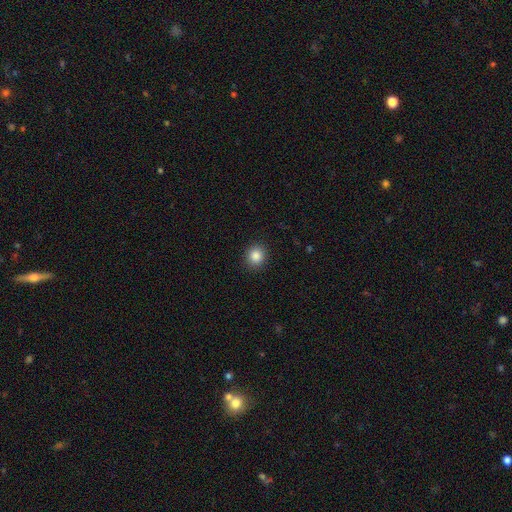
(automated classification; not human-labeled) A smooth galaxy with no disk features (86%) that is round (84%).

Vote fractions:
- Smooth or featured? smooth: 86% / star or artifact: 10% / featured or disk: 4%
- How rounded? round: 84% / in between: 15% / cigar-shaped: 1%
- Merging? none: 91% / minor disturbance: 6% / major disturbance: 2% / merger: 1%